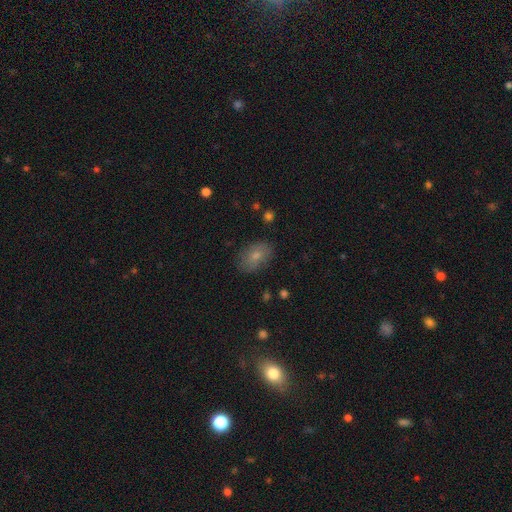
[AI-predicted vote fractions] Smooth or featured?
  - smooth: 77% *
  - featured or disk: 14%
  - star or artifact: 9%
How rounded?
  - in between: 88% *
  - round: 11%
  - cigar-shaped: 2%
Merging?
  - none: 82% *
  - minor disturbance: 13%
  - major disturbance: 3%
  - merger: 1%